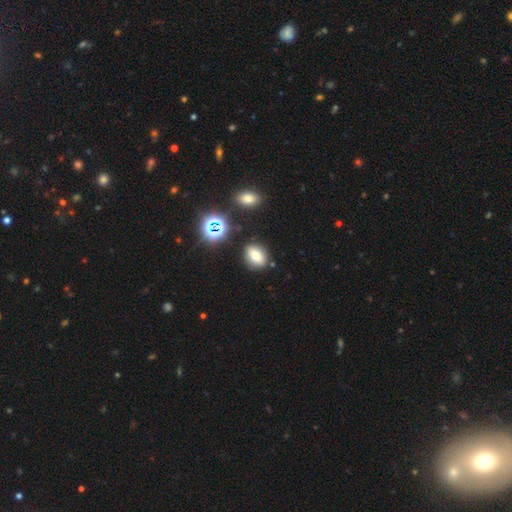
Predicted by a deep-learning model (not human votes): A smooth galaxy with no disk features (71%) that is in between round and cigar-shaped (67%).

Vote fractions:
- Smooth or featured? smooth: 71% / star or artifact: 16% / featured or disk: 13%
- How rounded? in between: 67% / round: 30% / cigar-shaped: 2%
- Merging? none: 82% / minor disturbance: 11% / merger: 4% / major disturbance: 3%